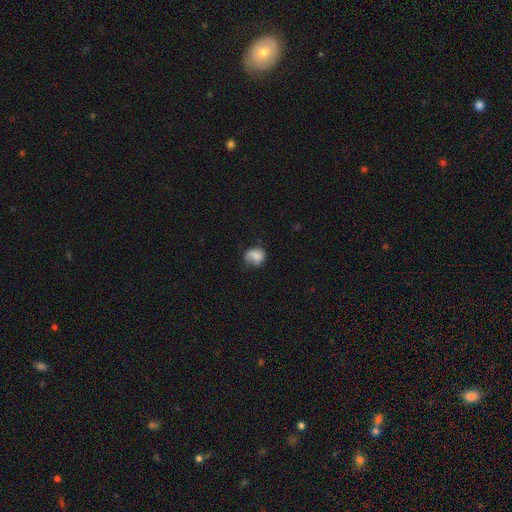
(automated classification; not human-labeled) Overall: smooth (74%). How rounded: round (56%; in between 43%). Merging: none (47%; minor disturbance 35%).